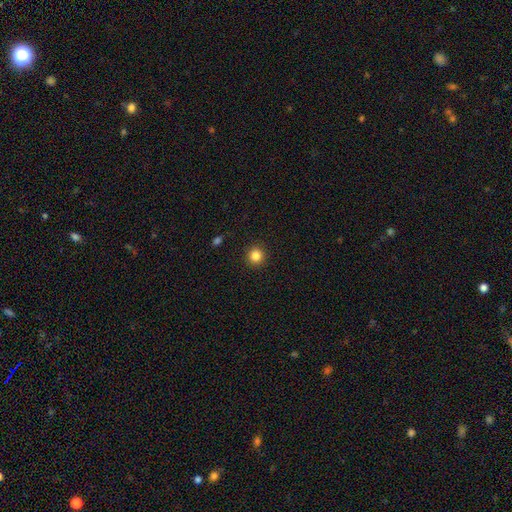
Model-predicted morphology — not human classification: smooth-or-featured: smooth: 85% | star or artifact: 11% | featured or disk: 4%
  how-rounded: round: 94% | in between: 6% | cigar-shaped: 1%
  merging: none: 92% | minor disturbance: 5% | major disturbance: 2% | merger: 1%